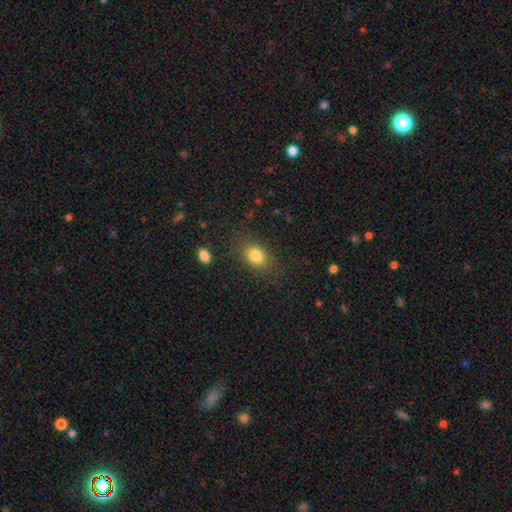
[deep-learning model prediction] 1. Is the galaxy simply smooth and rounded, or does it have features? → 82% smooth, 10% star or artifact, 8% featured or disk.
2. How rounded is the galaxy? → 70% in between, 28% round, 2% cigar-shaped.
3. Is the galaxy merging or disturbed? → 79% none, 13% minor disturbance, 6% major disturbance, 2% merger.